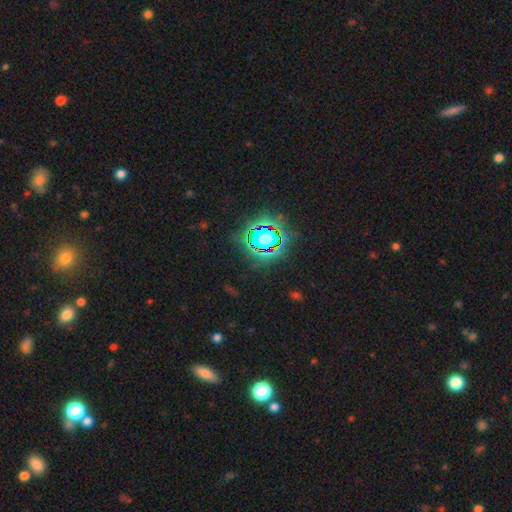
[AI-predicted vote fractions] Overall: star or artifact (81%).